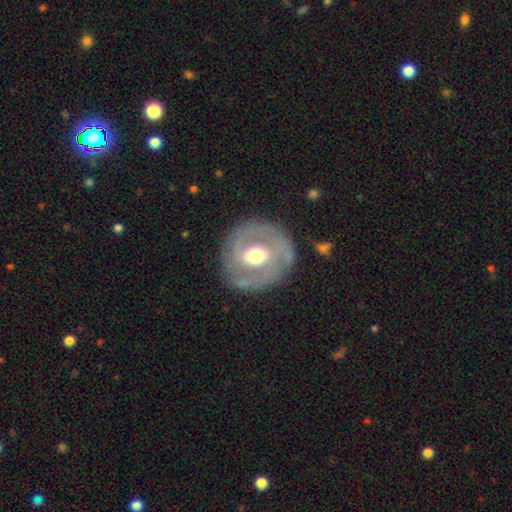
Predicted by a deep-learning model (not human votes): A featured or disk galaxy (73%) with a weak bar (42%), spiral arms (69%) and a moderate central bulge (69%). Merging: none (83%).